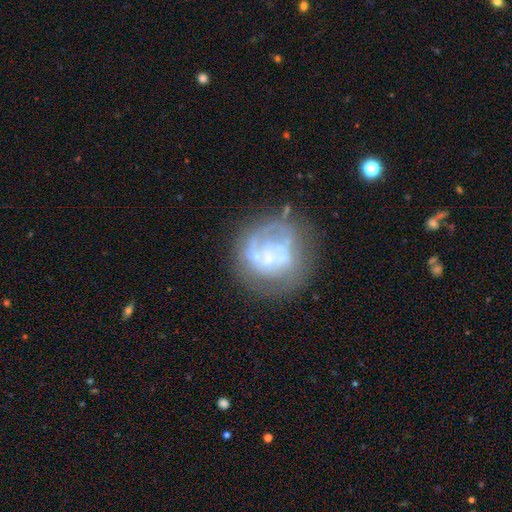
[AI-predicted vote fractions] A featured or disk galaxy (66%) with no bar (79%), no spiral arms (61%) and no central bulge (38%).

Vote fractions:
- Smooth or featured? featured or disk: 66% / smooth: 24% / star or artifact: 10%
- Edge-on disk? no: 98% / yes: 2%
- Bar? no: 79% / weak: 16% / strong: 5%
- Spiral arms? no: 61% / yes: 39%
- Bulge size? none: 38% / small: 31% / moderate: 23% / large: 6% / dominant: 2%
- Merging? none: 52% / major disturbance: 21% / minor disturbance: 18% / merger: 8%